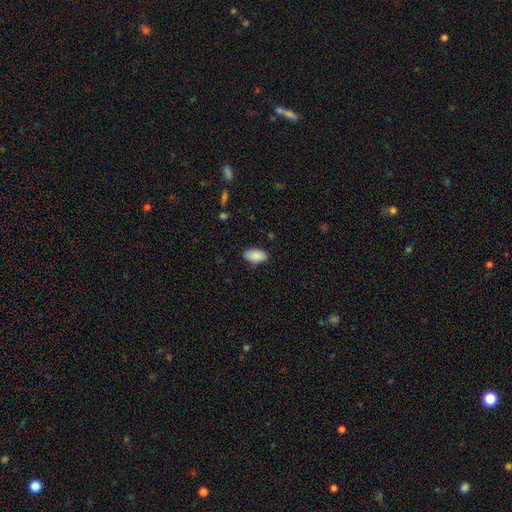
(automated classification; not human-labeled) Smooth or featured? smooth (88%)
How rounded? in between (94%)
Merging? none (83%)